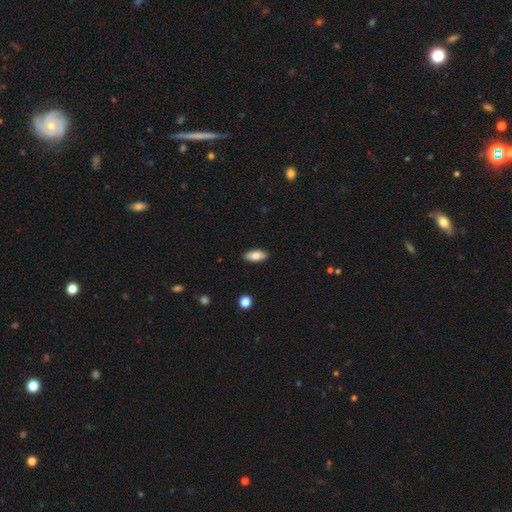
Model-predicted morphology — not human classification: A smooth galaxy with no disk features (81%) that is in between round and cigar-shaped (84%).

Vote fractions:
- Smooth or featured? smooth: 81% / featured or disk: 13% / star or artifact: 7%
- How rounded? in between: 84% / cigar-shaped: 14% / round: 2%
- Merging? none: 89% / minor disturbance: 8% / major disturbance: 2% / merger: 1%